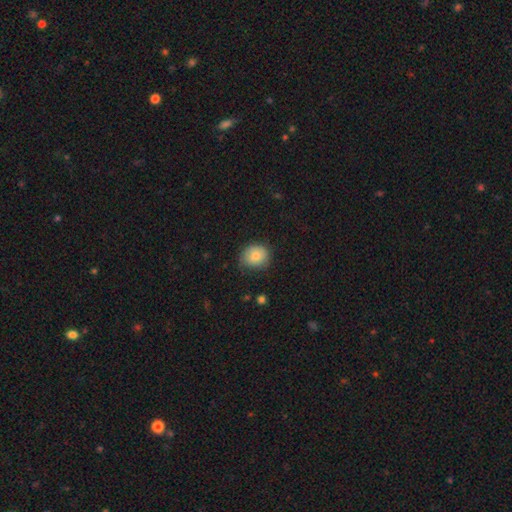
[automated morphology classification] Smooth or featured?
  - smooth: 81% *
  - featured or disk: 11%
  - star or artifact: 9%
How rounded?
  - round: 76% *
  - in between: 23%
  - cigar-shaped: 1%
Merging?
  - none: 71% *
  - minor disturbance: 23%
  - major disturbance: 5%
  - merger: 1%